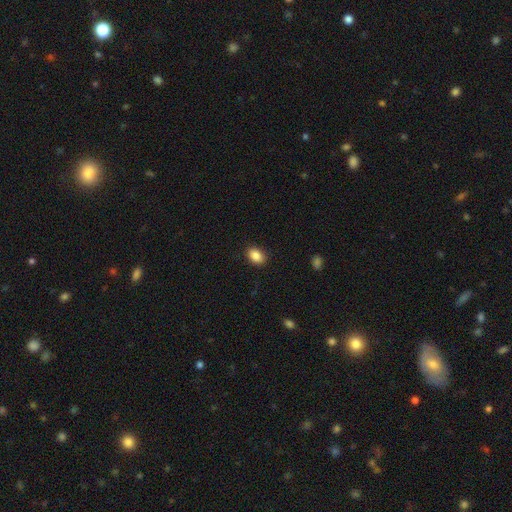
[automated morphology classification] This is clearly a smooth galaxy (88%). How rounded: likely in between (74%). Merging: clearly none (88%).